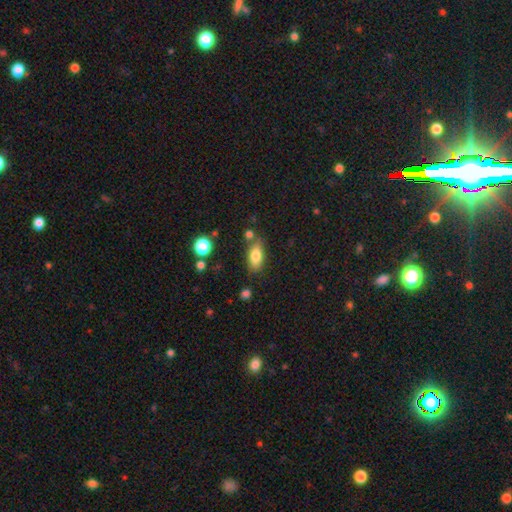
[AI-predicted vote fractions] The model was most divided on "merging": none: 72%, minor disturbance: 16%, merger: 8%, major disturbance: 4%. More confident: how rounded — in between (83%); smooth or featured — smooth (80%).